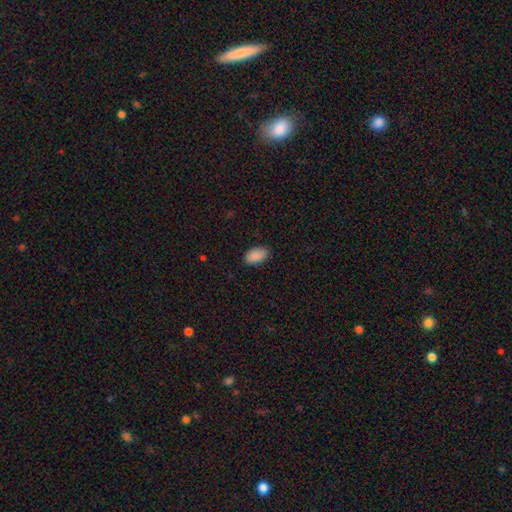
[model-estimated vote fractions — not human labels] Overall: smooth (90%). How rounded: in between (93%). Merging: none (85%).